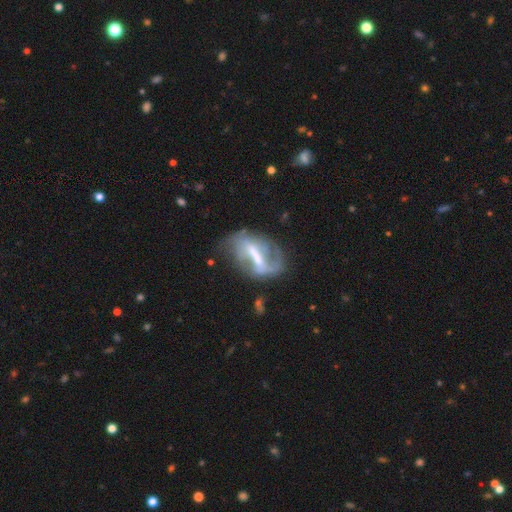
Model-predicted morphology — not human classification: This is likely a featured or disk galaxy (73%). It is clearly not viewed edge-on (92%). Bar: likely strong (61%). Spiral arm pattern: likely yes (65%). Central bulge: marginally moderate (38%). Merging: possibly none (46%).